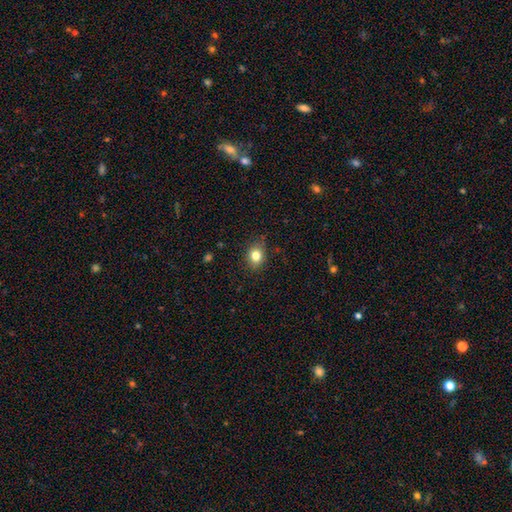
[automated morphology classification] A smooth galaxy with no disk features (81%) that is round (61%). Merging: none (84%).